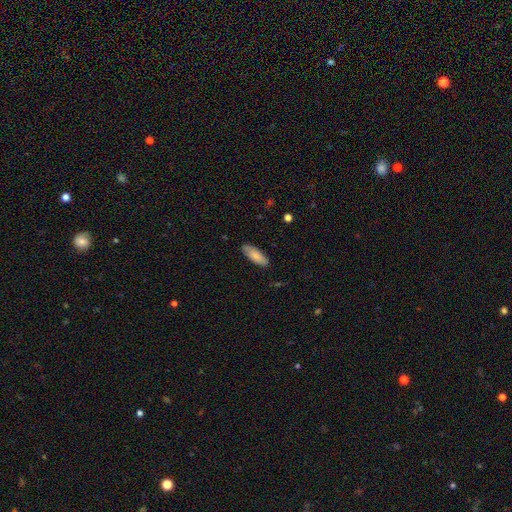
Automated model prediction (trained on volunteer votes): A smooth galaxy with no disk features (82%) that is in between round and cigar-shaped (69%). Merging: none (84%).